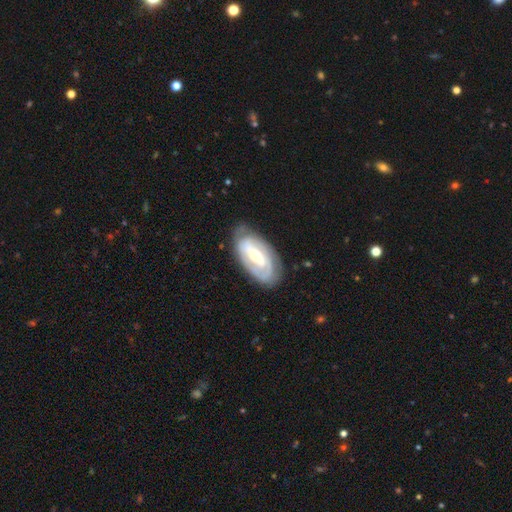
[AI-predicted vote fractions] This appears to be a featured or disk galaxy (79%) with a strong bar (41%), 2 (65%) tight (59%) spiral arms (84%) and a moderate central bulge (58%). Merging: none (76%).